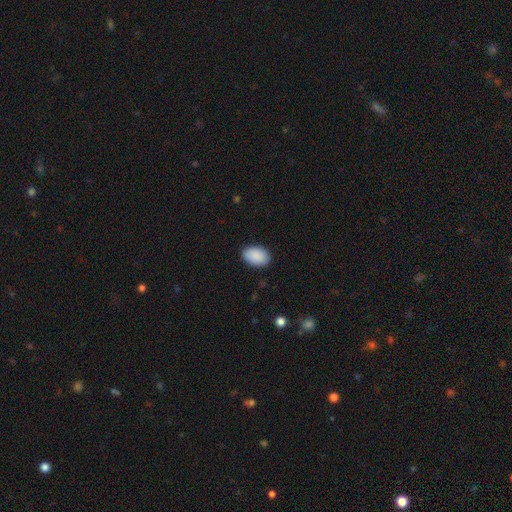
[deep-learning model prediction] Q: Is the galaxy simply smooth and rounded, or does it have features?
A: smooth — 91%.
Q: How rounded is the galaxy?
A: in between — 89%.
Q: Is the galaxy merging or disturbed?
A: none — 87%.